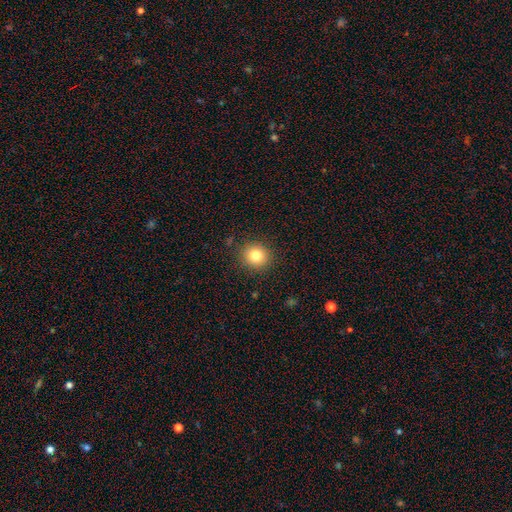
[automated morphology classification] The model was most divided on "smooth or featured": smooth: 81%, star or artifact: 11%, featured or disk: 8%. More confident: merging — none (89%); how rounded — round (88%).